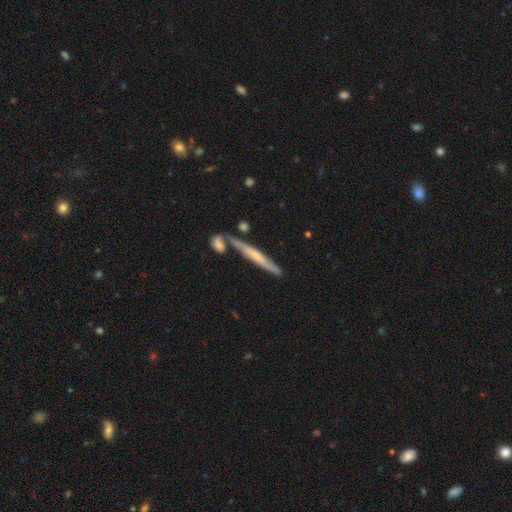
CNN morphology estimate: Q: Smooth or featured?
A: featured or disk (59%); runner-up: smooth (35%)
Q: Edge-on disk?
A: yes (91%); runner-up: no (9%)
Q: Edge-on bulge?
A: none (49%); runner-up: rounded (41%)
Q: Merging?
A: none (67%); runner-up: merger (17%)